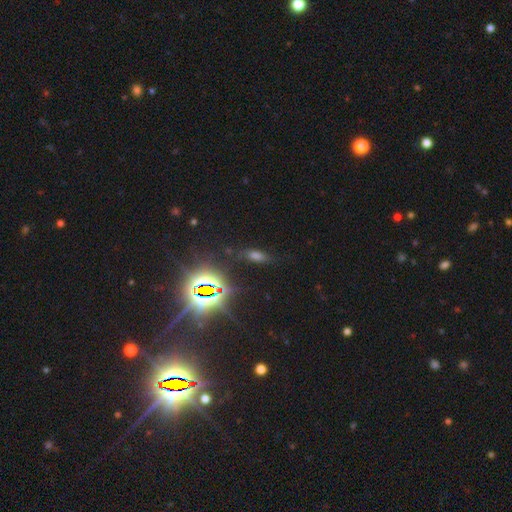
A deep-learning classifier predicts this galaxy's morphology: Smooth or featured? star or artifact (44%)